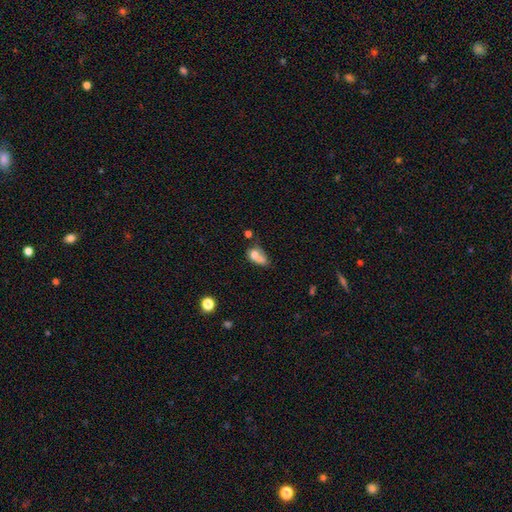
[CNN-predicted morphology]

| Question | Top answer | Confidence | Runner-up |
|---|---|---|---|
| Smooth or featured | smooth | 65% | featured or disk (24%) |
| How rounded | in between | 62% | round (36%) |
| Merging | merger | 59% | none (19%) |